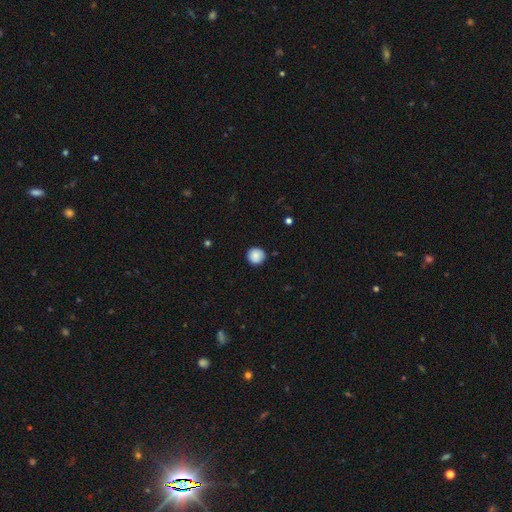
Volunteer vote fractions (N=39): A smooth galaxy with no disk features (95%) that is round (95%). Merging: none (87%).